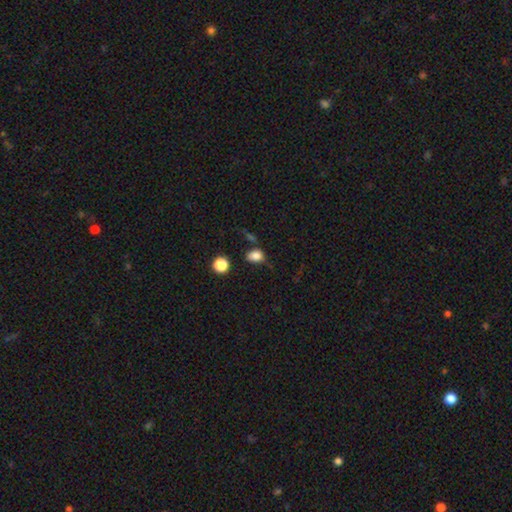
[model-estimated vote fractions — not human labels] The model was most divided on "how rounded": in between: 64%, round: 35%, cigar-shaped: 1%. More confident: smooth or featured — smooth (83%); merging — none (68%).